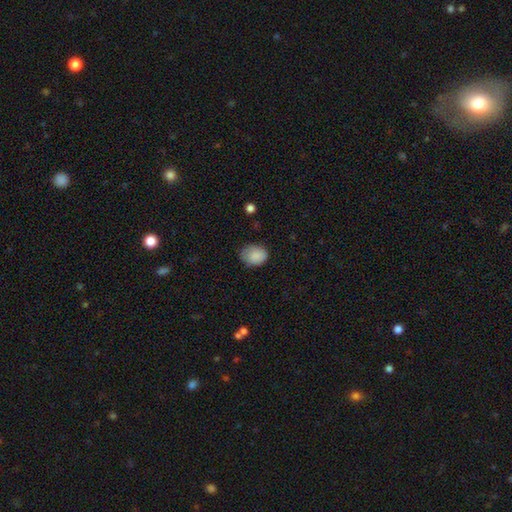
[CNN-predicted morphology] A smooth galaxy with no disk features (87%) that is in between round and cigar-shaped (54%). Merging: none (67%).